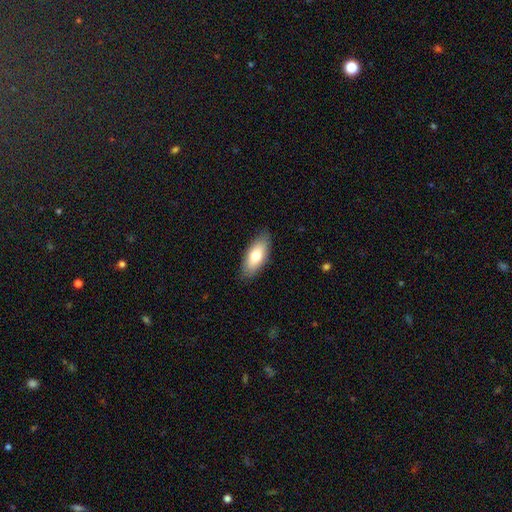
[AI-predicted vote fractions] Overall: smooth (73%). How rounded: in between (81%). Merging: none (87%).